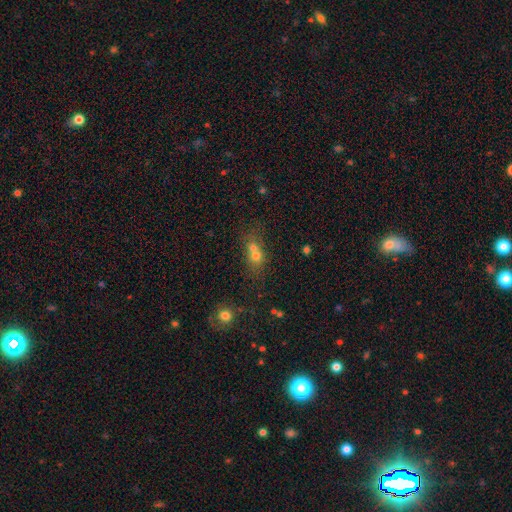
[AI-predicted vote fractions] Overall: smooth (65%). How rounded: round (64%; in between 33%). Merging: merger (60%; none 29%).